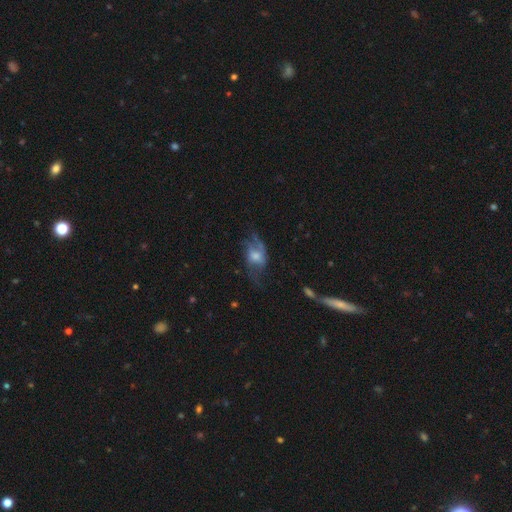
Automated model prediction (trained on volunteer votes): Smooth or featured? Predicted: featured or disk (p=0.57). Edge-on disk? Predicted: no (p=0.92). Bar? Predicted: no (p=0.64). Spiral arms? Predicted: yes (p=0.68). Bulge size? Predicted: moderate (p=0.49). Merging? Predicted: none (p=0.41).